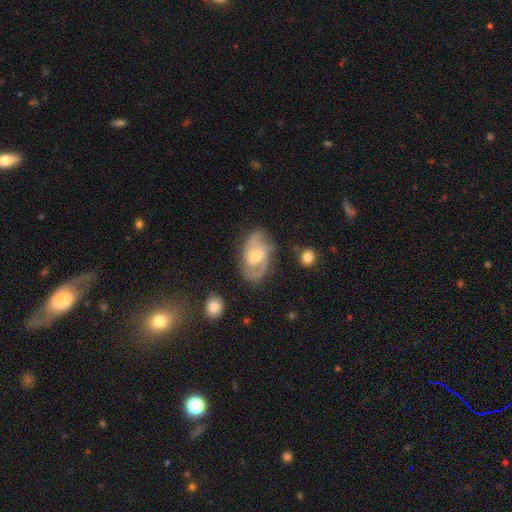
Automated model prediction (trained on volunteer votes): Smooth or featured? Predicted: featured or disk (p=0.80). Edge-on disk? Predicted: no (p=0.96). Bar? Predicted: weak (p=0.49). Spiral arms? Predicted: yes (p=0.93). Spiral winding? Predicted: medium (p=0.52). Spiral arm count? Predicted: 2 (p=0.78). Bulge size? Predicted: moderate (p=0.55). Merging? Predicted: none (p=0.69).